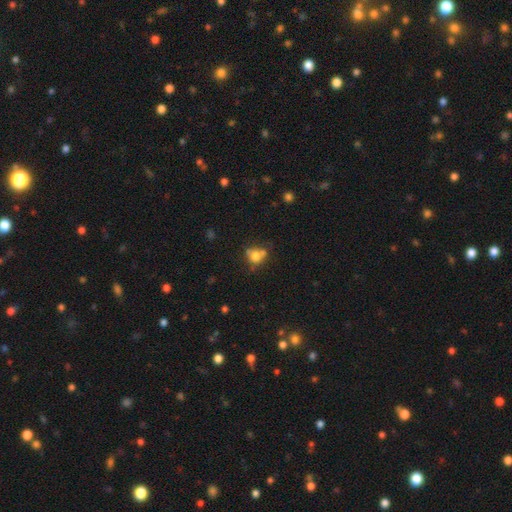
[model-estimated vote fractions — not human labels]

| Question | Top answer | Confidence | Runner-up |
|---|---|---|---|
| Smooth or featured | smooth | 71% | featured or disk (16%) |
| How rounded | round | 76% | in between (23%) |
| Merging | none | 49% | merger (28%) |